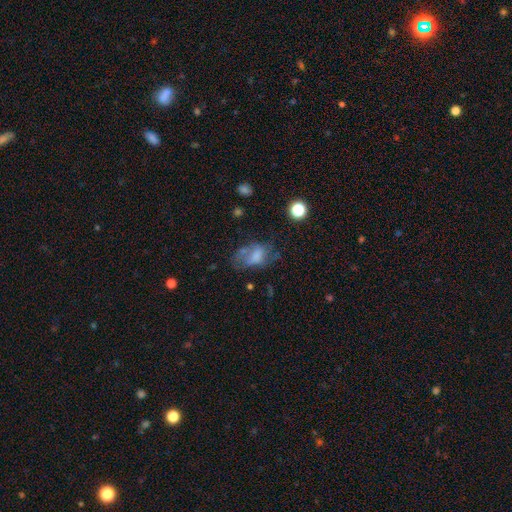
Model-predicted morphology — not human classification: A smooth galaxy with no disk features (52%) that is in between round and cigar-shaped (85%). Merging: none (40%).